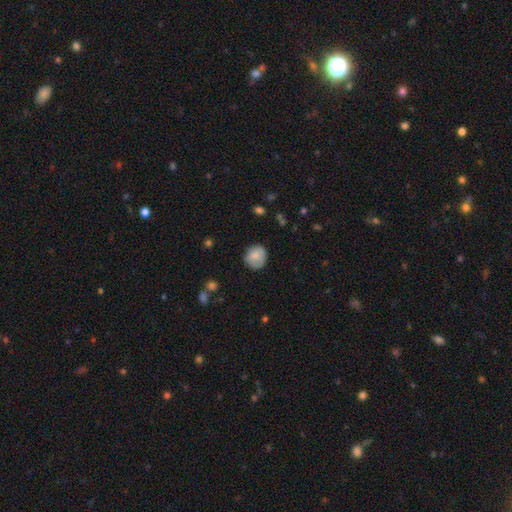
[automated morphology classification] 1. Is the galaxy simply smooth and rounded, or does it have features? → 79% smooth, 13% featured or disk, 8% star or artifact.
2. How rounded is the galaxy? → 80% round, 19% in between, 1% cigar-shaped.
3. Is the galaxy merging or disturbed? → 73% none, 20% minor disturbance, 5% major disturbance, 2% merger.